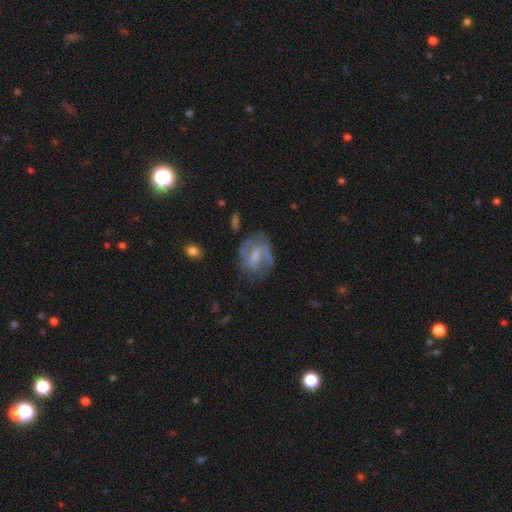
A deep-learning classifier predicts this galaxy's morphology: This appears to be a featured or disk galaxy (67%) with a weak bar (51%), spiral arms (77%) and a moderate central bulge (35%). Merging: none (59%).